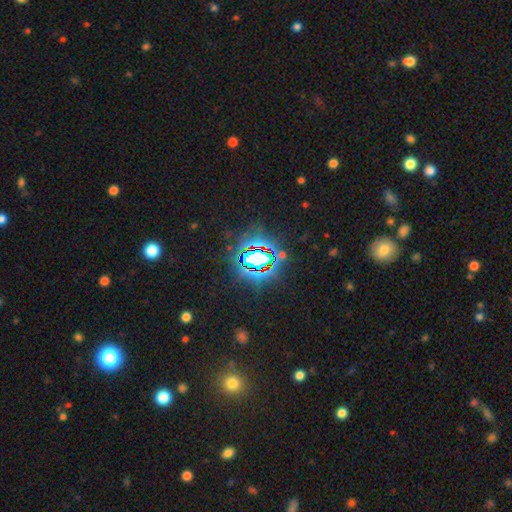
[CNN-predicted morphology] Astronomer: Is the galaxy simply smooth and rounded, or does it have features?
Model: star or artifact — 76%.